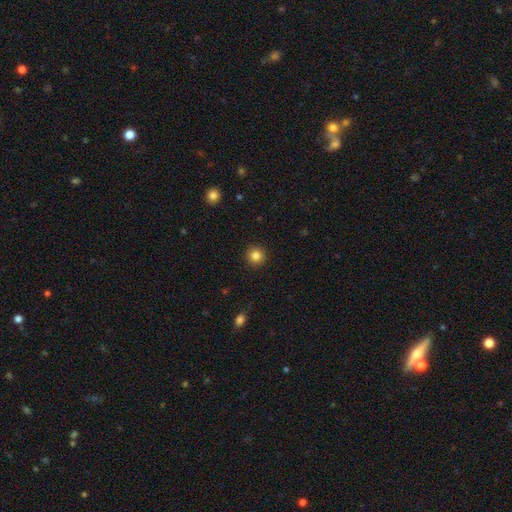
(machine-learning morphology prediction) smooth 84%, star or artifact 11%, featured or disk 5%. Down the decision tree: how rounded — round (95%); merging — none (93%).